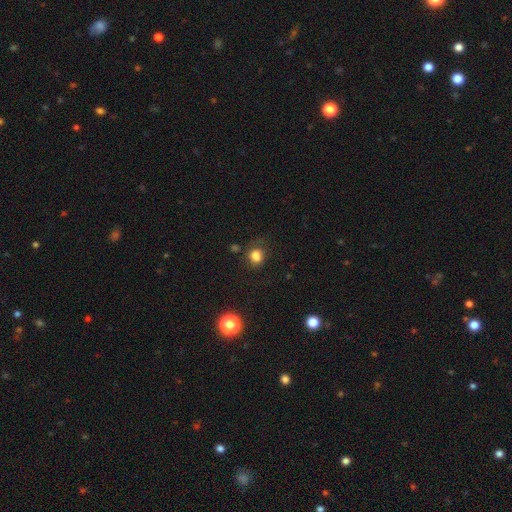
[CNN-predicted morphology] This appears to be a smooth galaxy with no disk features (80%) that is round (62%). Merging: none (64%).